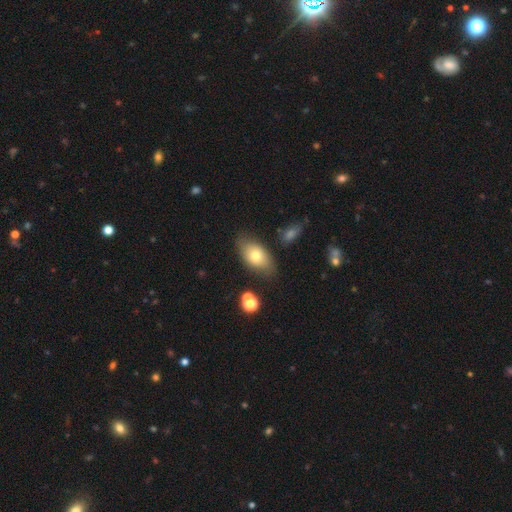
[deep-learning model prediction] Smooth or featured? Predicted: smooth (p=0.72). How rounded? Predicted: in between (p=0.90). Merging? Predicted: none (p=0.74).